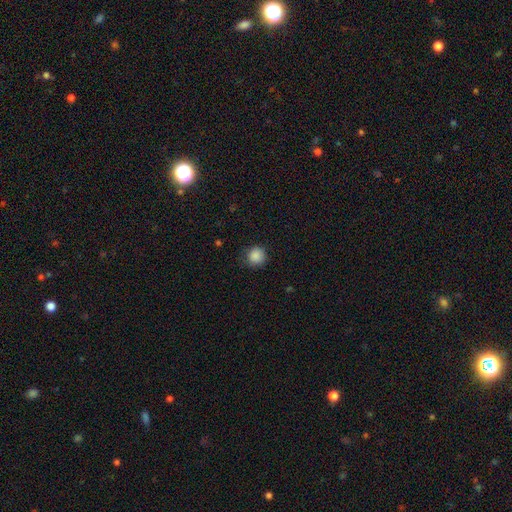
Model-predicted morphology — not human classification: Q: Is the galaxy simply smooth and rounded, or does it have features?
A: smooth — 88%.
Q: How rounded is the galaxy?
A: round — 93%.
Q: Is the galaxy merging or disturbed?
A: none — 85%.